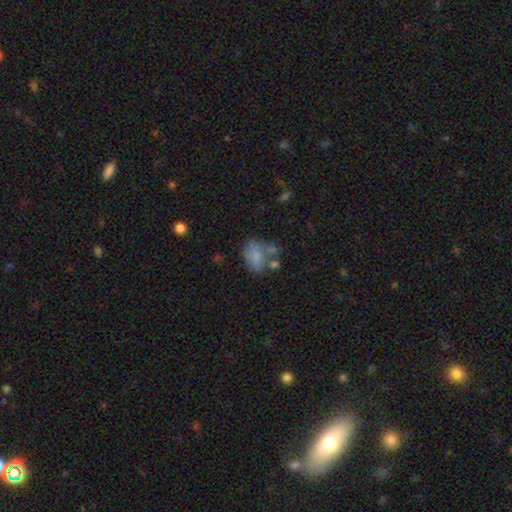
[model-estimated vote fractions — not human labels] Overall: smooth (73%). How rounded: in between (79%). Merging: none (40%; merger 23%).